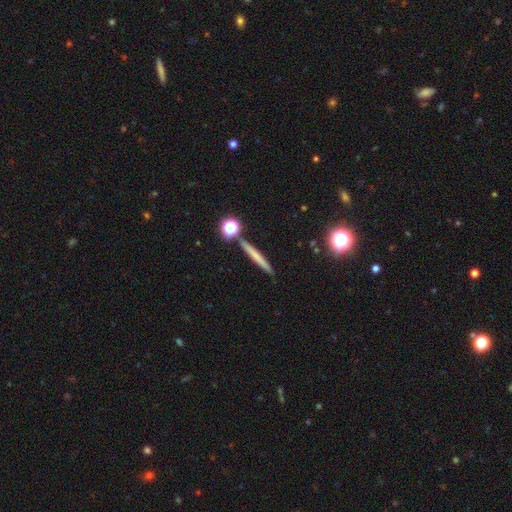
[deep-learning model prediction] A smooth galaxy with no disk features (57%) that is cigar-shaped (92%). Merging: none (86%).